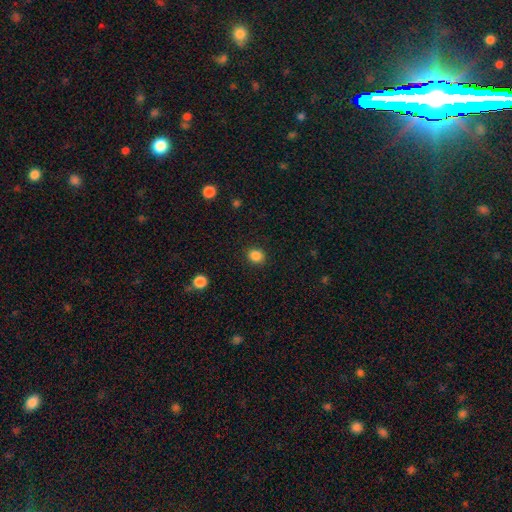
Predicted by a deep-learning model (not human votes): A smooth galaxy with no disk features (86%) that is round (73%).

Vote fractions:
- Smooth or featured? smooth: 86% / star or artifact: 11% / featured or disk: 3%
- How rounded? round: 73% / in between: 26% / cigar-shaped: 1%
- Merging? none: 90% / minor disturbance: 7% / major disturbance: 2% / merger: 1%